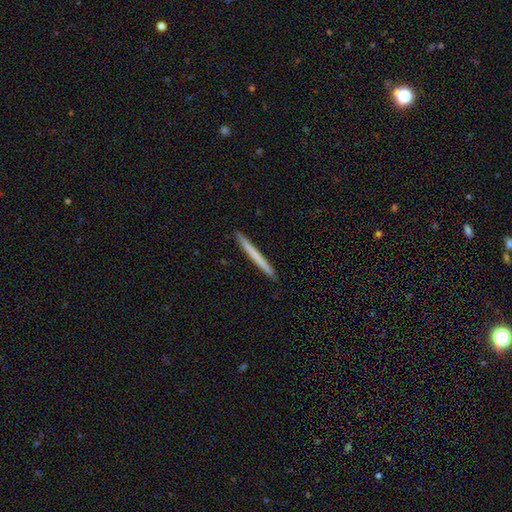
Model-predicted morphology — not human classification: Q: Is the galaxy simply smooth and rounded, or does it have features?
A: smooth — 62%.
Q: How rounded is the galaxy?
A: cigar-shaped — 98%.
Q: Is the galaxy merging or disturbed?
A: none — 93%.